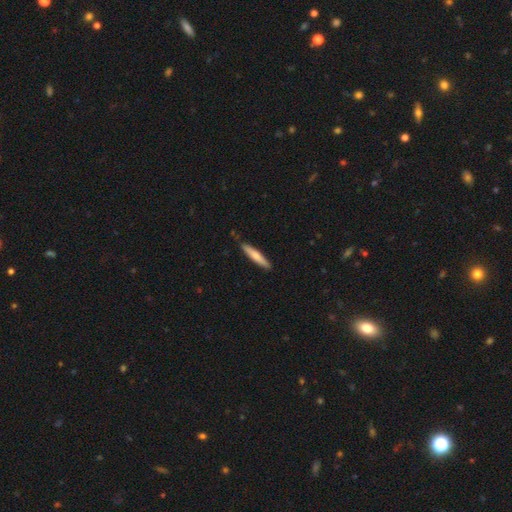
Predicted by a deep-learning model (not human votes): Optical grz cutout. It shows a smooth galaxy with no disk features (69%) that is cigar-shaped (91%). Merging: none (87%).